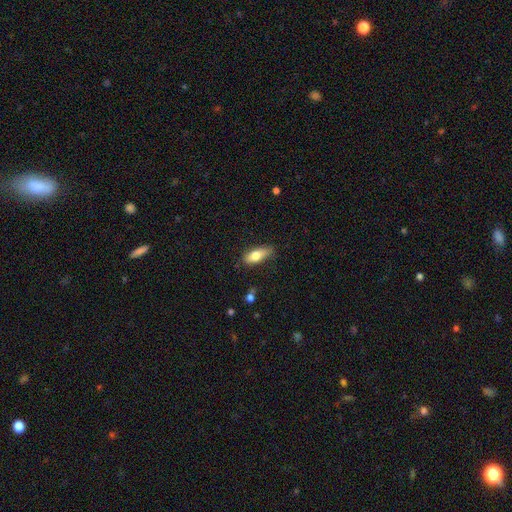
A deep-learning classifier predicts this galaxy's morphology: Smooth or featured?
  - smooth: 74% *
  - featured or disk: 20%
  - star or artifact: 6%
How rounded?
  - in between: 73% *
  - cigar-shaped: 24%
  - round: 3%
Merging?
  - none: 73% *
  - minor disturbance: 21%
  - major disturbance: 4%
  - merger: 2%